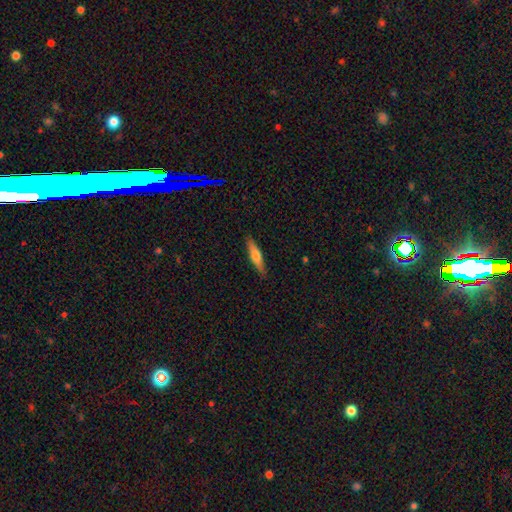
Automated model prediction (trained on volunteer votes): smooth-or-featured: smooth: 52% | featured or disk: 42% | star or artifact: 6%
  how-rounded: cigar-shaped: 80% | in between: 18% | round: 2%
  merging: none: 89% | minor disturbance: 8% | major disturbance: 2% | merger: 1%